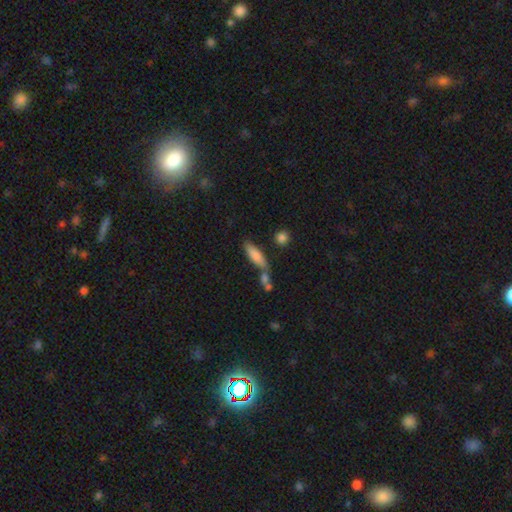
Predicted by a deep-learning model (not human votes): This appears to be a smooth galaxy with no disk features (79%) that is cigar-shaped (56%). Merging: none (52%).